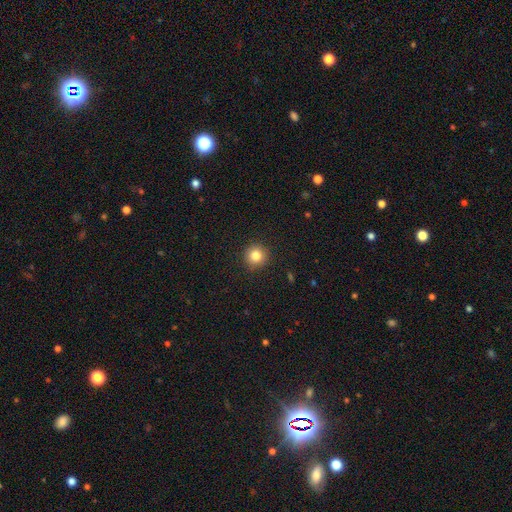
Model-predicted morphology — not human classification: The model was most divided on "smooth or featured": smooth: 83%, star or artifact: 11%, featured or disk: 6%. More confident: how rounded — round (94%); merging — none (92%).